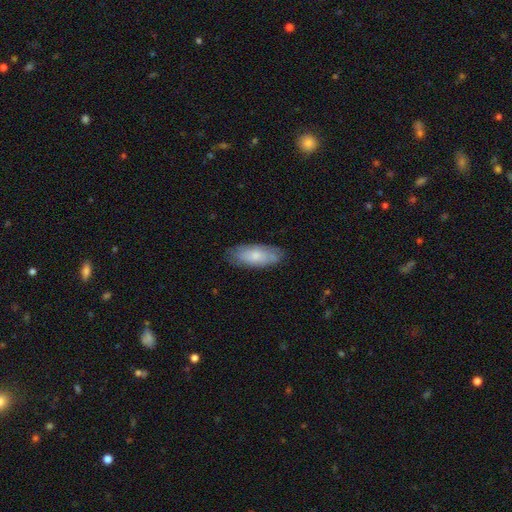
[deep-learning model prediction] Q: Smooth or featured?
A: smooth (64%); runner-up: featured or disk (30%)
Q: How rounded?
A: in between (81%); runner-up: cigar-shaped (17%)
Q: Merging?
A: none (78%); runner-up: minor disturbance (18%)